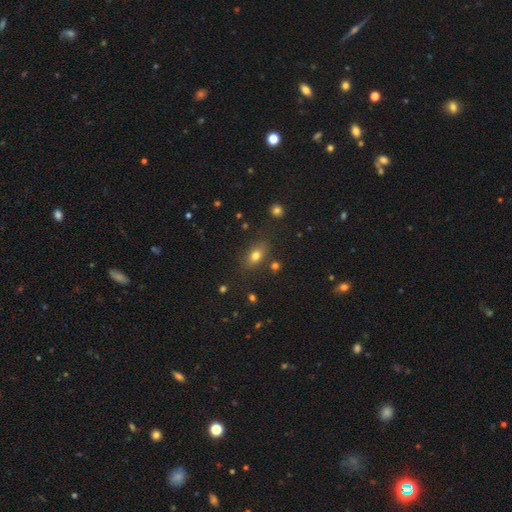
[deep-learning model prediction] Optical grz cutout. It shows a smooth galaxy with no disk features (76%) that is in between round and cigar-shaped (78%). Merging: none (79%).